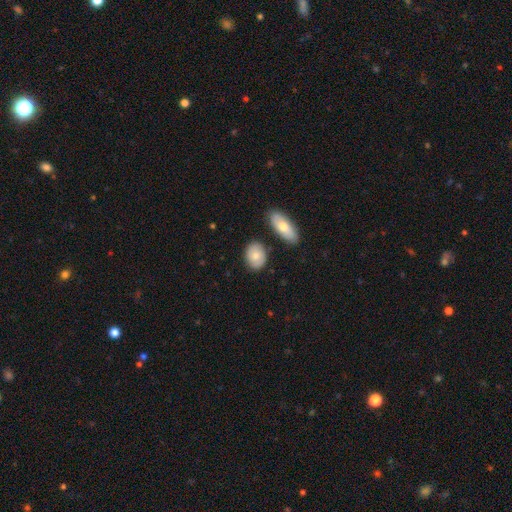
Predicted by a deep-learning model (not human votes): A smooth galaxy with no disk features (78%) that is in between round and cigar-shaped (70%).

Vote fractions:
- Smooth or featured? smooth: 78% / featured or disk: 16% / star or artifact: 6%
- How rounded? in between: 70% / round: 28% / cigar-shaped: 2%
- Merging? none: 79% / minor disturbance: 12% / merger: 6% / major disturbance: 3%